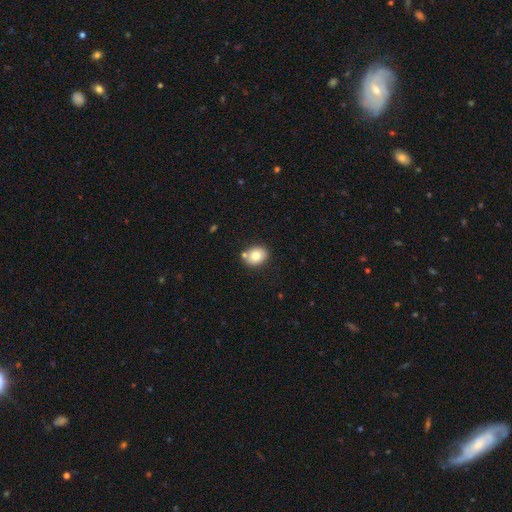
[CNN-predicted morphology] smooth-or-featured: smooth: 77% | featured or disk: 13% | star or artifact: 9%
  how-rounded: round: 55% | in between: 44% | cigar-shaped: 1%
  merging: none: 73% | minor disturbance: 13% | merger: 11% | major disturbance: 3%